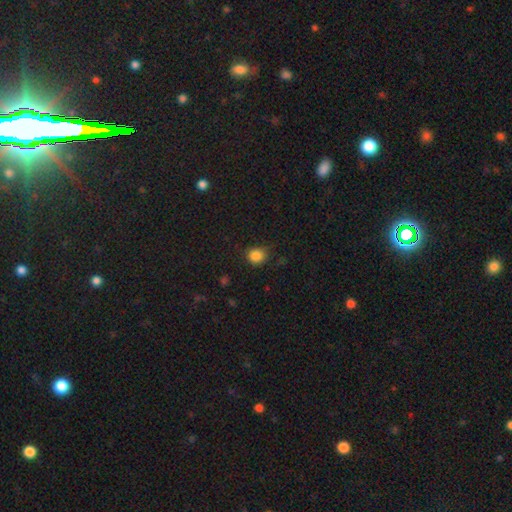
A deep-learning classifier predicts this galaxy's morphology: This is clearly a smooth galaxy (85%). How rounded: clearly round (81%). Merging: likely none (78%).